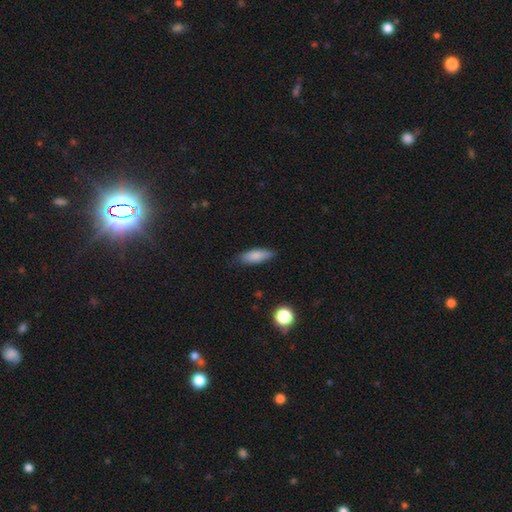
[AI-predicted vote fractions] Overall: smooth (83%). How rounded: in between (62%; cigar-shaped 36%). Merging: none (79%).